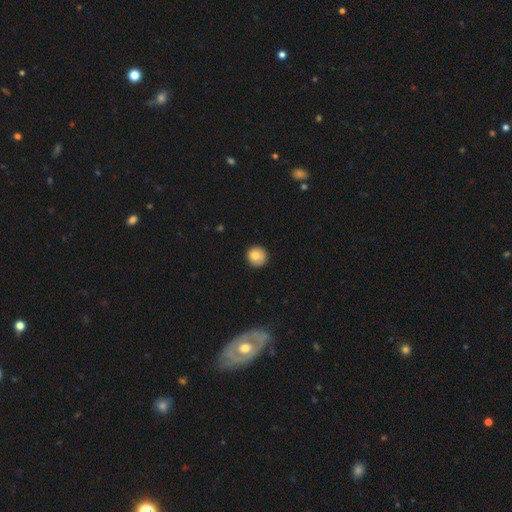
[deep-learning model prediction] Smooth or featured? Predicted: smooth (p=0.81). How rounded? Predicted: round (p=0.94). Merging? Predicted: none (p=0.84).